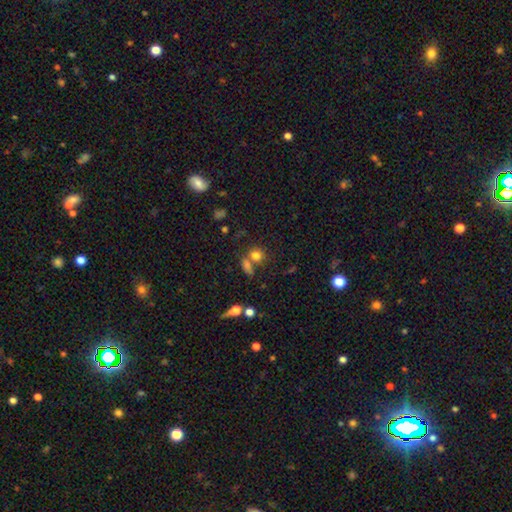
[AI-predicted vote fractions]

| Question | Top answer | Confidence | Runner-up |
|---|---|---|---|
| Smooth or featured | smooth | 76% | star or artifact (14%) |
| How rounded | round | 72% | in between (26%) |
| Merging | none | 54% | merger (29%) |